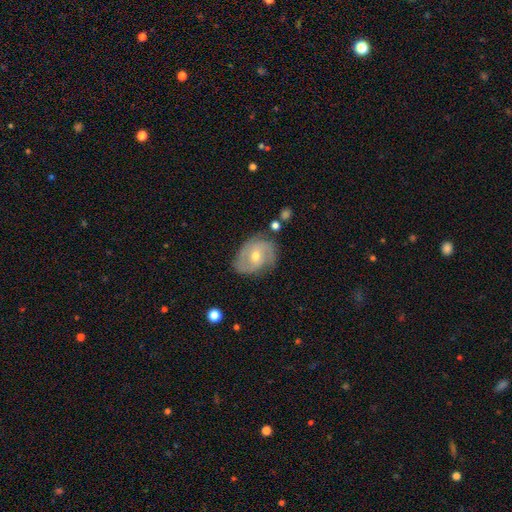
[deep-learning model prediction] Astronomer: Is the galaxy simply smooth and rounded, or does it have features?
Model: featured or disk — 69%.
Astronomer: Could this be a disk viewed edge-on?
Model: no — 96%.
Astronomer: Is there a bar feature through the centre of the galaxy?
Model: no — 58% (runner-up: weak, 33%).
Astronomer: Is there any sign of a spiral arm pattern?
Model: yes — 82%.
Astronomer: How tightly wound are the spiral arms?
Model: medium — 41% (runner-up: tight, 39%).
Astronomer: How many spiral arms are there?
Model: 2 — 57%.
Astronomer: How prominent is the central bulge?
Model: moderate — 57% (runner-up: small, 40%).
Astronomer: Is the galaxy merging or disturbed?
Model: none — 66%.